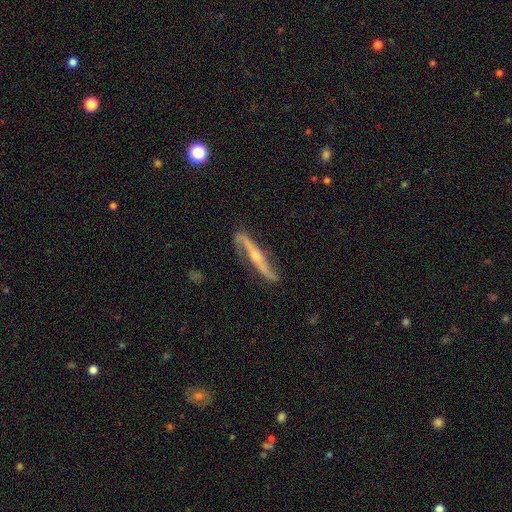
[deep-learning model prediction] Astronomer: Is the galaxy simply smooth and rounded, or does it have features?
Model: featured or disk — 86%.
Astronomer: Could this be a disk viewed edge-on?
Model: no — 62% (runner-up: yes, 38%).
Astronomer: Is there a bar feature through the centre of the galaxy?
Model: no — 41% (runner-up: strong, 36%).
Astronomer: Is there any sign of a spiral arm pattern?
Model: yes — 95%.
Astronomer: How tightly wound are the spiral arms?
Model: loose — 71%.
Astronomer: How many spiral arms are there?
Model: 2 — 92%.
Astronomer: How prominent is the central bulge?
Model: small — 53% (runner-up: moderate, 42%).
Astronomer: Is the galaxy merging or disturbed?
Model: none — 77%.